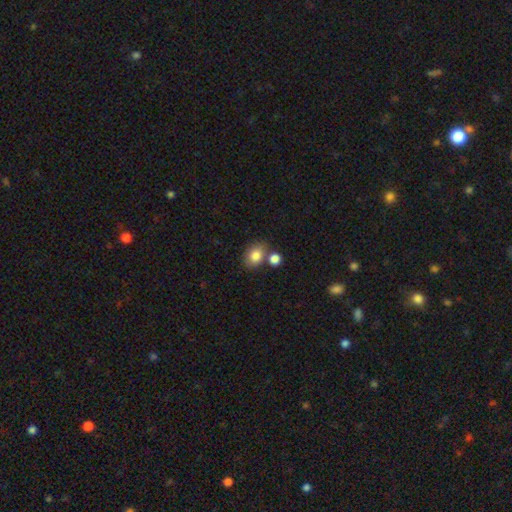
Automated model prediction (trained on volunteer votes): This is clearly a smooth galaxy (83%). How rounded: possibly in between (56%). Merging: likely none (60%).